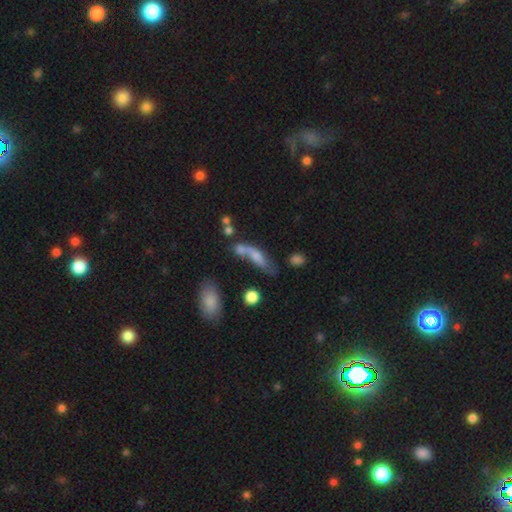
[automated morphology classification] Smooth or featured? Predicted: smooth (p=0.56). How rounded? Predicted: cigar-shaped (p=0.47, tied with in between). Merging? Predicted: merger (p=0.36).